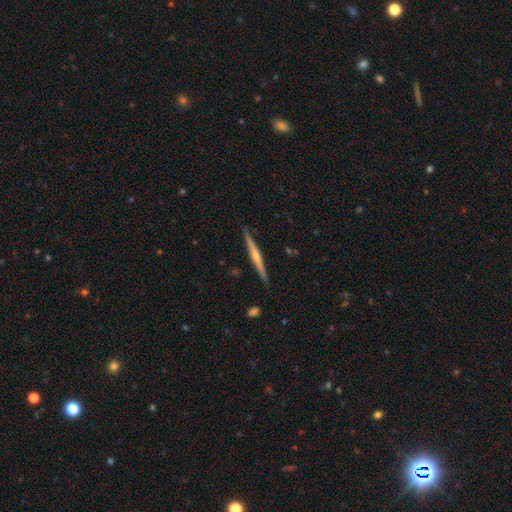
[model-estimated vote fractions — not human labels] Smooth or featured?
  - featured or disk: 75% *
  - smooth: 19%
  - star or artifact: 6%
Edge-on disk?
  - yes: 98% *
  - no: 2%
Edge-on bulge?
  - rounded: 76% *
  - none: 18%
  - boxy: 7%
Merging?
  - none: 91% *
  - minor disturbance: 6%
  - major disturbance: 1%
  - merger: 1%